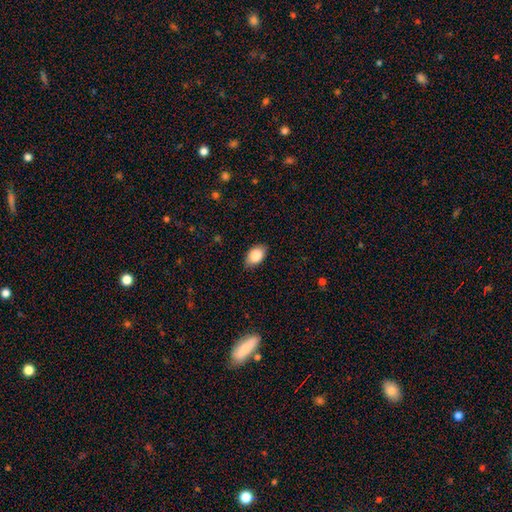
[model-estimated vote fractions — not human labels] Smooth or featured? smooth (86%)
How rounded? in between (89%)
Merging? none (82%)